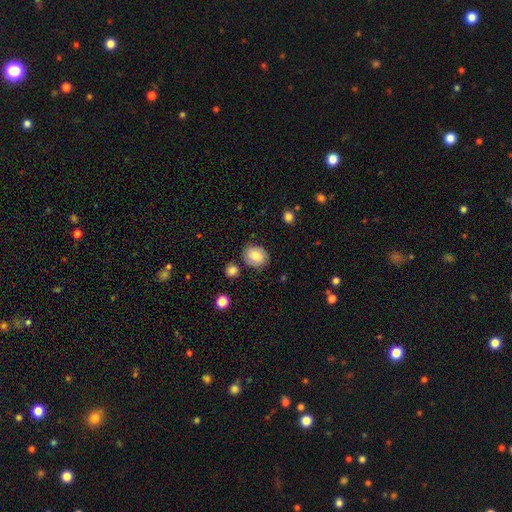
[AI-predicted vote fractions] A smooth galaxy with no disk features (81%) that is round (64%). Merging: none (79%).